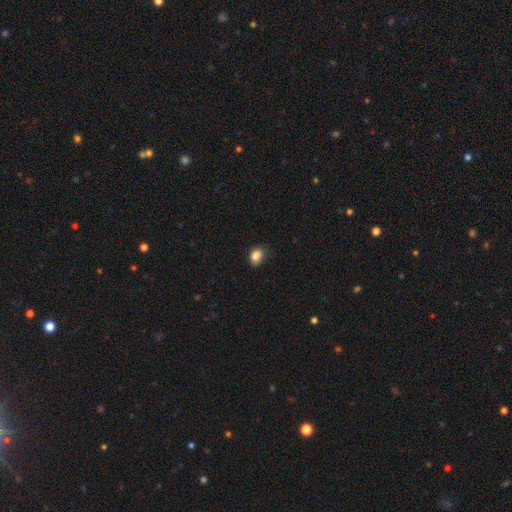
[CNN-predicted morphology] Smooth or featured: smooth — 86% (star or artifact — 10%)
How rounded: in between — 62% (round — 37%)
Merging: none — 73% (minor disturbance — 22%)